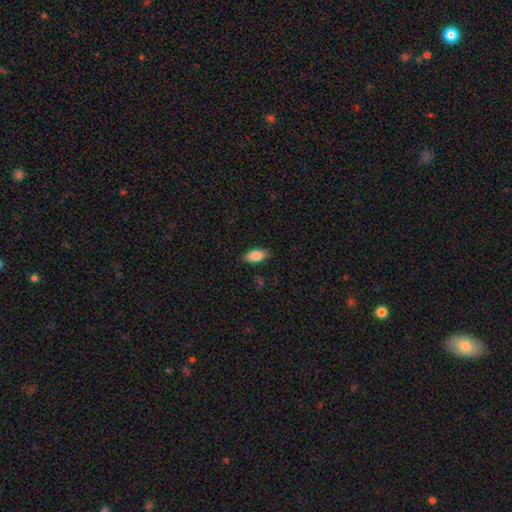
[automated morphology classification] A smooth galaxy with no disk features (85%) that is in between round and cigar-shaped (88%).

Vote fractions:
- Smooth or featured? smooth: 85% / featured or disk: 8% / star or artifact: 7%
- How rounded? in between: 88% / cigar-shaped: 10% / round: 3%
- Merging? none: 83% / minor disturbance: 13% / major disturbance: 3% / merger: 1%